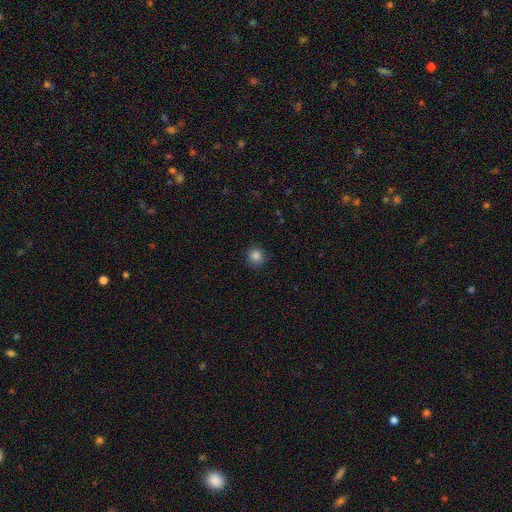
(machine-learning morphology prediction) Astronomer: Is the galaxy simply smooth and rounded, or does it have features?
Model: smooth — 85%.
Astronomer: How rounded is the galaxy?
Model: round — 93%.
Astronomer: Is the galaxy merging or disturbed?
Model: none — 89%.